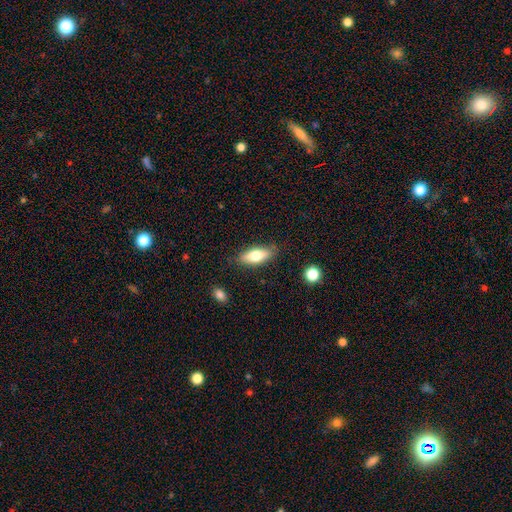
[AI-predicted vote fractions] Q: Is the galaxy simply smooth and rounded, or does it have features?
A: smooth — 69%.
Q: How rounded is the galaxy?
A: in between — 69%.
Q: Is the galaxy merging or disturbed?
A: none — 82%.